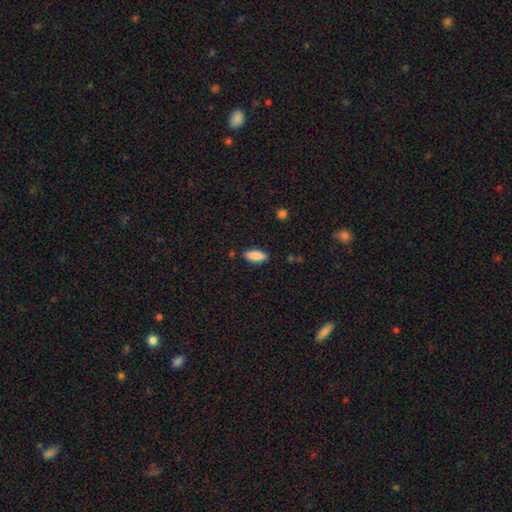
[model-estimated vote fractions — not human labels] Smooth or featured?
  - smooth: 88% *
  - star or artifact: 7%
  - featured or disk: 5%
How rounded?
  - in between: 88% *
  - cigar-shaped: 10%
  - round: 2%
Merging?
  - none: 85% *
  - minor disturbance: 11%
  - major disturbance: 2%
  - merger: 2%